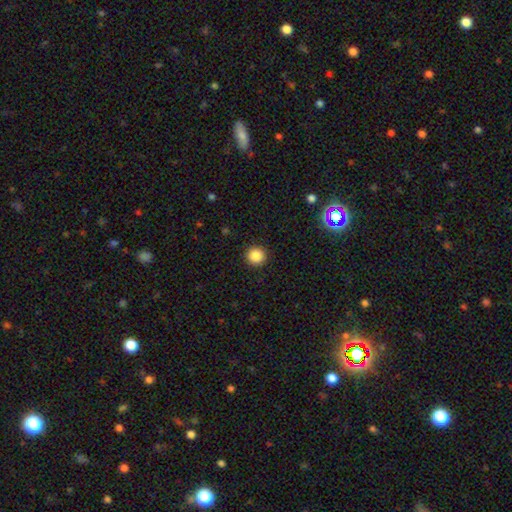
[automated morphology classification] Smooth or featured? smooth (87%)
How rounded? round (95%)
Merging? none (92%)